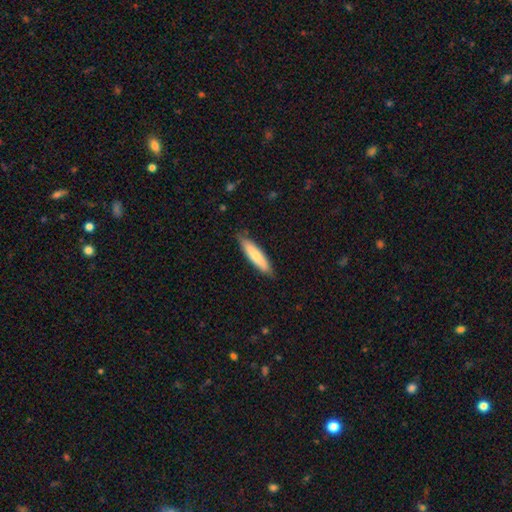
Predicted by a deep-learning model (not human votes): Smooth or featured? Predicted: smooth (p=0.71). How rounded? Predicted: cigar-shaped (p=0.80). Merging? Predicted: none (p=0.85).